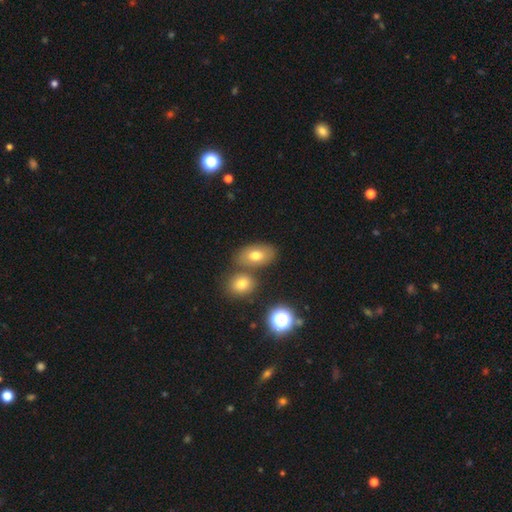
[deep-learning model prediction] smooth-or-featured: smooth: 72% | featured or disk: 17% | star or artifact: 11%
  how-rounded: in between: 85% | round: 13% | cigar-shaped: 2%
  merging: none: 63% | merger: 22% | minor disturbance: 11% | major disturbance: 4%